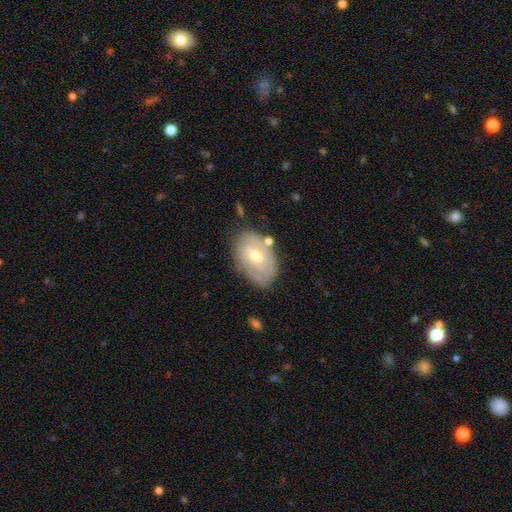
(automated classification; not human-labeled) A featured or disk galaxy (64%) with no bar (56%), spiral arms (68%) and a moderate central bulge (61%). Merging: none (71%).